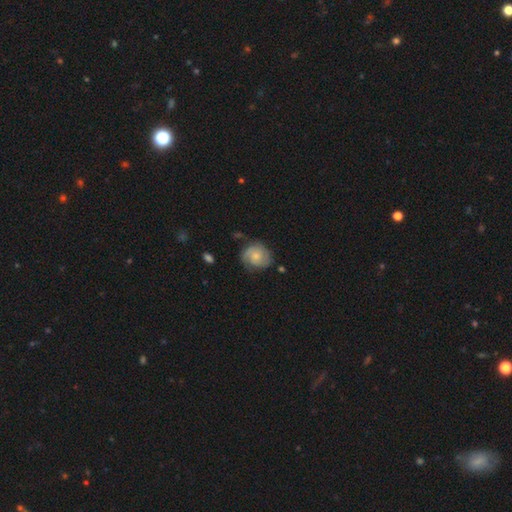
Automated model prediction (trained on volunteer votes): A featured or disk galaxy (62%) with no bar (74%), 2 (57%) tight (50%) spiral arms (91%) and a small central bulge (53%). Merging: none (70%).